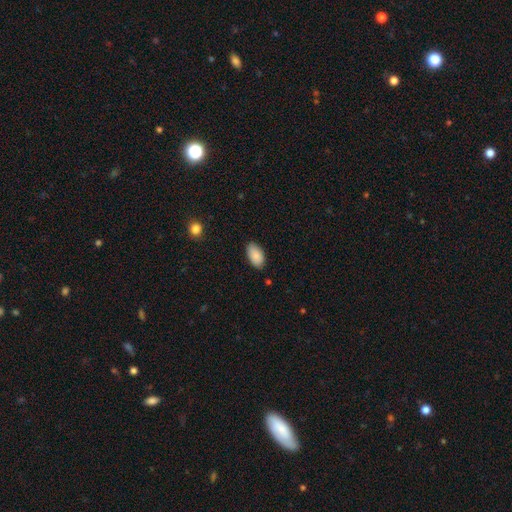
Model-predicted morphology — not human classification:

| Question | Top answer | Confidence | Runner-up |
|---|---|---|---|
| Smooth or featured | smooth | 88% | star or artifact (7%) |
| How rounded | in between | 95% | round (3%) |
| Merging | none | 84% | minor disturbance (13%) |